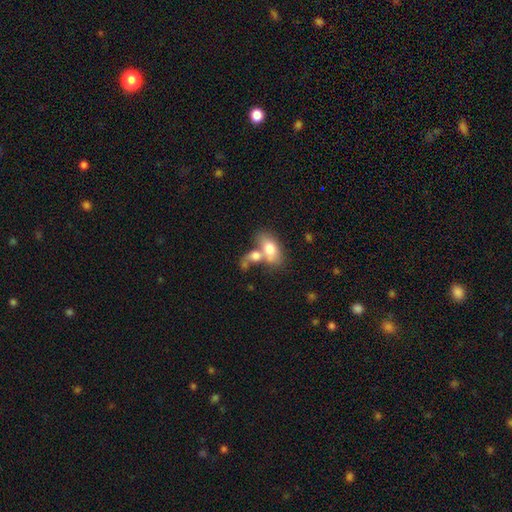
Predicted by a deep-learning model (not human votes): The model was most divided on "merging": merger: 62%, none: 22%, minor disturbance: 8%, major disturbance: 7%. More confident: how rounded — in between (83%); smooth or featured — smooth (72%).